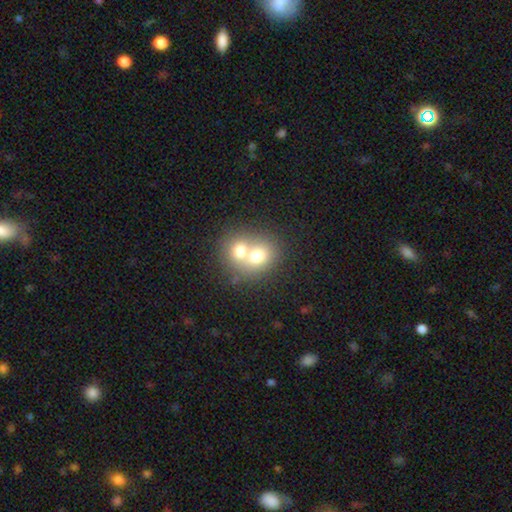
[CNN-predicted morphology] The model was most divided on "how rounded": round: 65%, in between: 34%, cigar-shaped: 1%. More confident: merging — merger (69%); smooth or featured — smooth (68%).